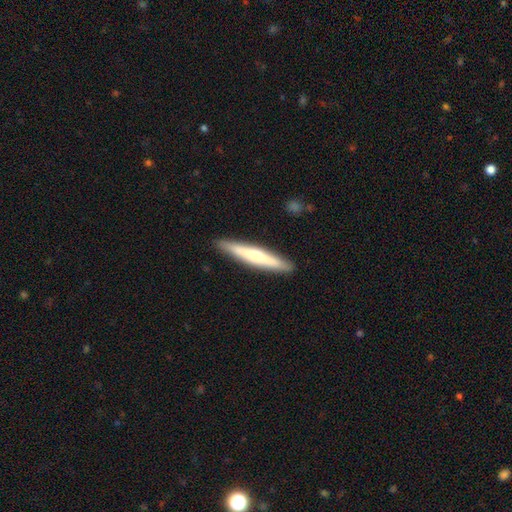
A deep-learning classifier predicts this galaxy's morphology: This is possibly a smooth galaxy (54%). How rounded: clearly cigar-shaped (94%). Merging: clearly none (90%).